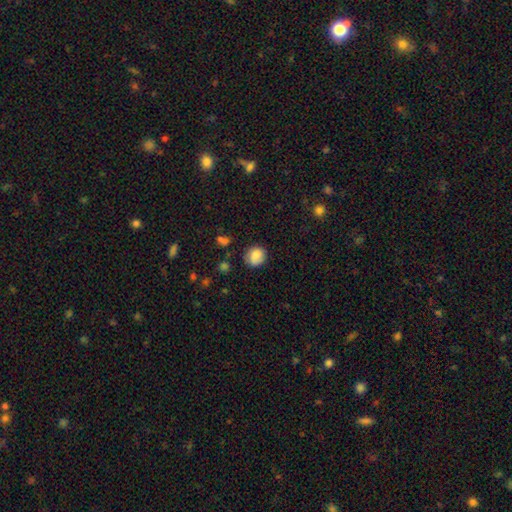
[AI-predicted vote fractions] smooth_or_featured: smooth (p=0.83) [alt: star or artifact p=0.09]
how_rounded: round (p=0.81) [alt: in between p=0.19]
merging: none (p=0.76) [alt: minor disturbance p=0.18]